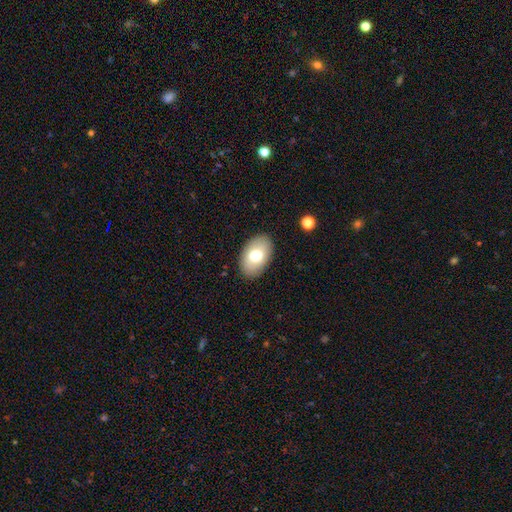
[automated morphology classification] Smooth or featured? smooth (73%)
How rounded? in between (92%)
Merging? none (88%)